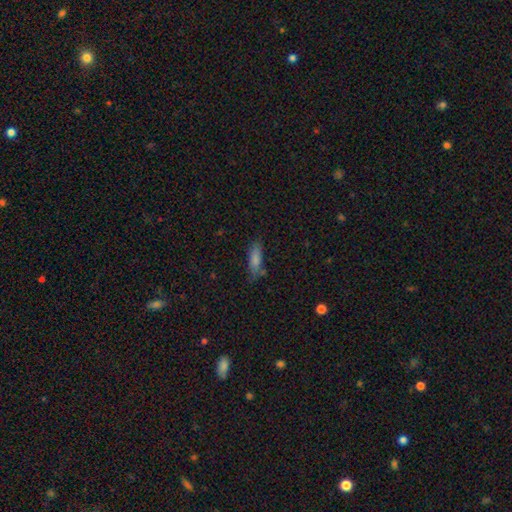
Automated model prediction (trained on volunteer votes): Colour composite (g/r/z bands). It shows a smooth galaxy with no disk features (70%) that is cigar-shaped (59%). Merging: none (74%).